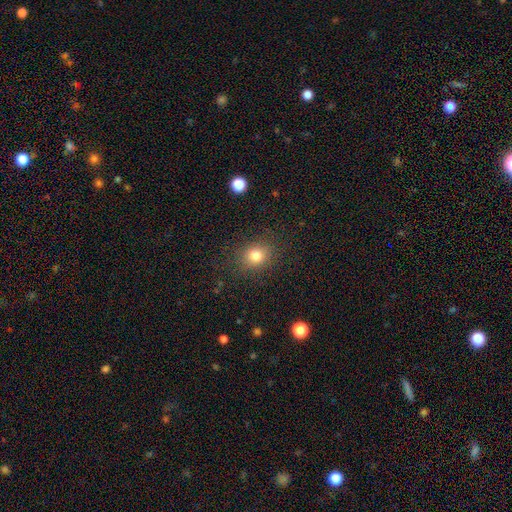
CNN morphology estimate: Q: Smooth or featured?
A: smooth (80%); runner-up: star or artifact (13%)
Q: How rounded?
A: round (64%); runner-up: in between (35%)
Q: Merging?
A: none (85%); runner-up: minor disturbance (10%)